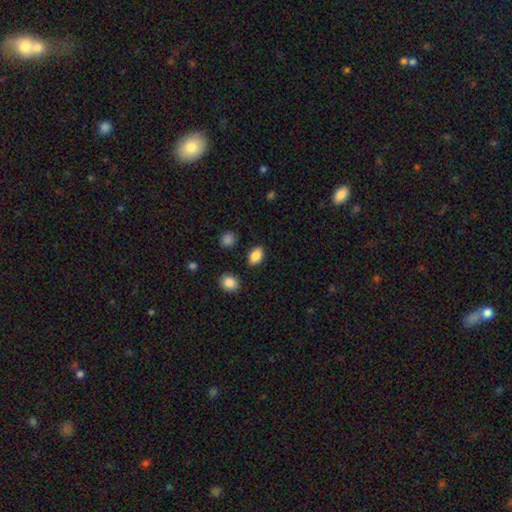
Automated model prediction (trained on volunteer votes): Q: Smooth or featured?
A: smooth (86%); runner-up: star or artifact (9%)
Q: How rounded?
A: in between (82%); runner-up: round (16%)
Q: Merging?
A: none (86%); runner-up: minor disturbance (9%)